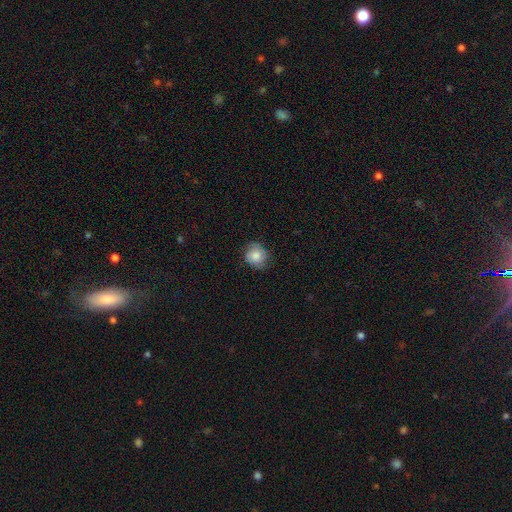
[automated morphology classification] This appears to be a smooth galaxy with no disk features (75%) that is round (78%). Merging: none (76%).